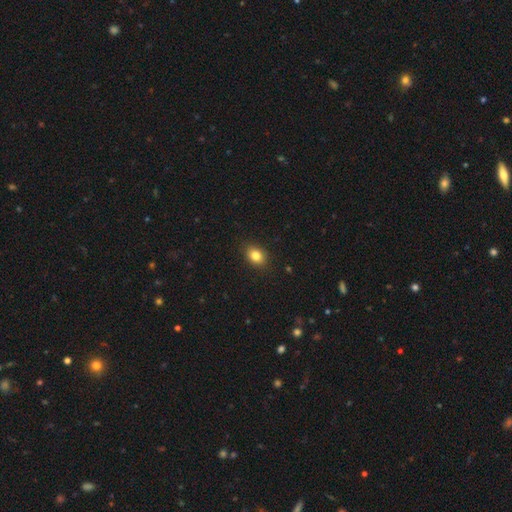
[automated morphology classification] Smooth or featured?
  - smooth: 83% *
  - star or artifact: 10%
  - featured or disk: 7%
How rounded?
  - in between: 64% *
  - round: 35%
  - cigar-shaped: 1%
Merging?
  - none: 88% *
  - minor disturbance: 9%
  - major disturbance: 2%
  - merger: 1%